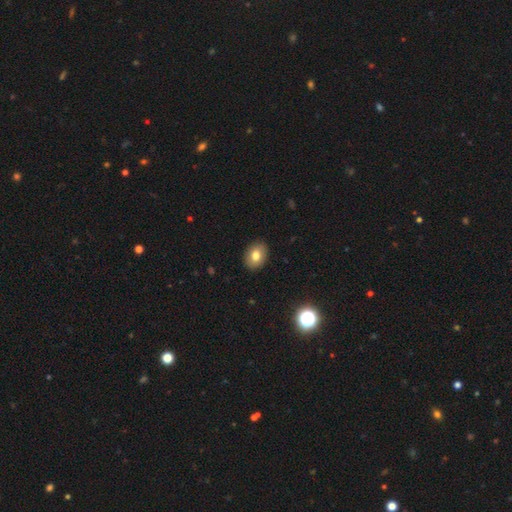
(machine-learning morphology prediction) This is likely a smooth galaxy (78%). How rounded: likely in between (65%). Merging: clearly none (90%).